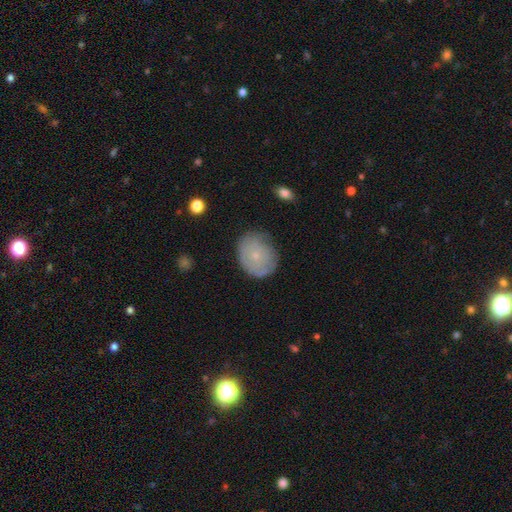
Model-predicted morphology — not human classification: A smooth galaxy with no disk features (53%) that is round (51%). Merging: none (66%).